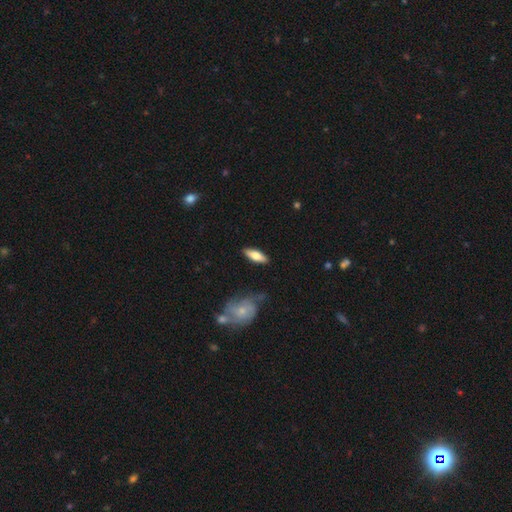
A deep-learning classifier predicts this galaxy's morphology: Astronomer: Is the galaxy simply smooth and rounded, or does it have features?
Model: smooth — 63%.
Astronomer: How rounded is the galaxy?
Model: in between — 59% (runner-up: cigar-shaped, 39%).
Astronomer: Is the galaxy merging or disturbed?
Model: none — 85%.